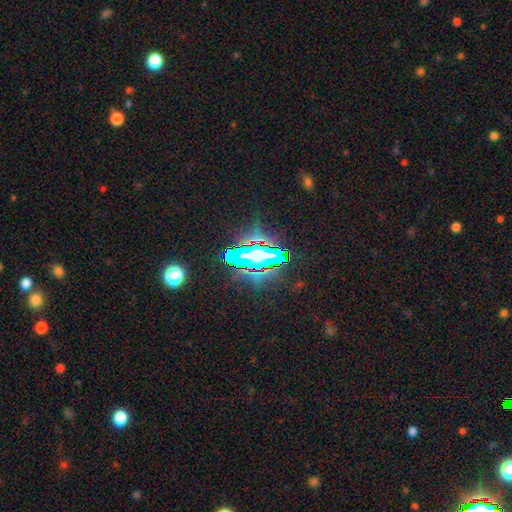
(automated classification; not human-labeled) A star or artifact, not a galaxy (59%).